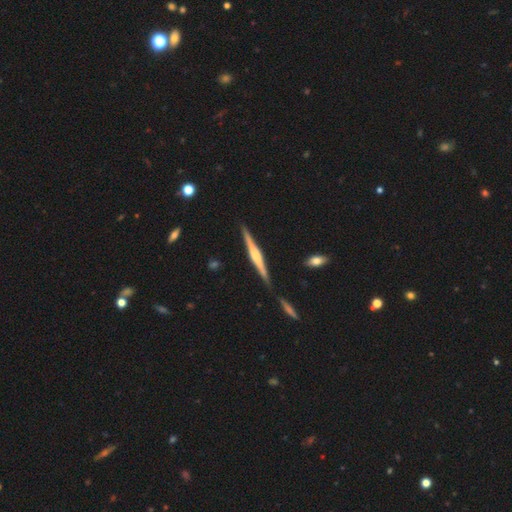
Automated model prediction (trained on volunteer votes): Overall: featured or disk (75%). Edge-on disk: yes (98%). Edge-on bulge: rounded (64%; boxy 26%). Merging: none (86%).